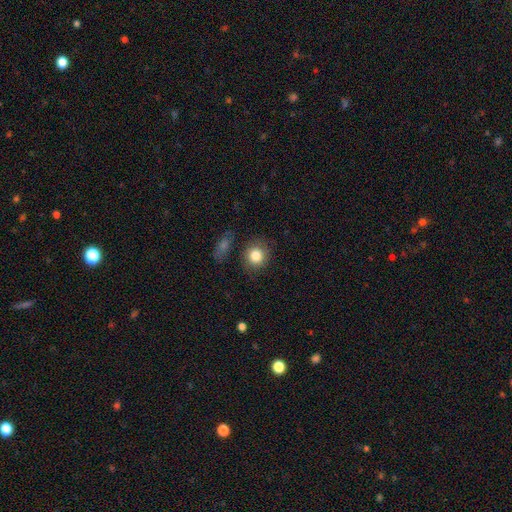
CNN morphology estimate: Smooth or featured? Predicted: smooth (p=0.83). How rounded? Predicted: round (p=0.84). Merging? Predicted: none (p=0.79).